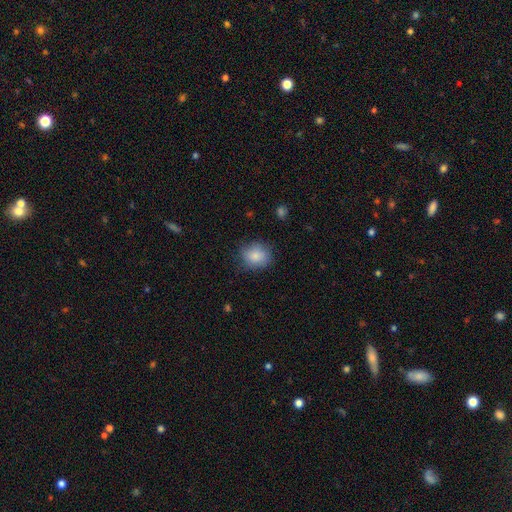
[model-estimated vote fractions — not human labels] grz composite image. It shows a smooth galaxy with no disk features (85%) that is round (69%). Merging: none (79%).